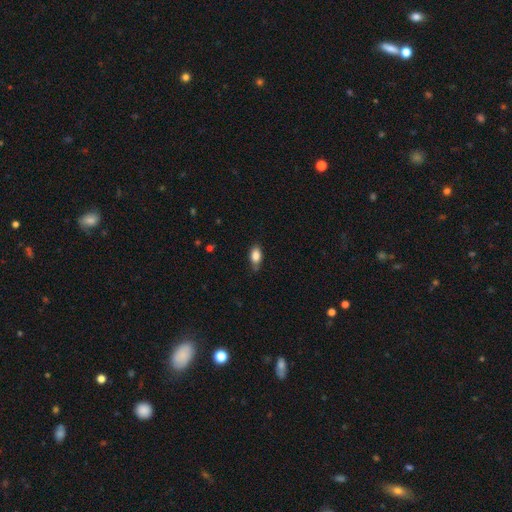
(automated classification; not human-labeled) The model was most divided on "merging": none: 72%, minor disturbance: 23%, major disturbance: 4%, merger: 1%. More confident: how rounded — in between (89%); smooth or featured — smooth (85%).